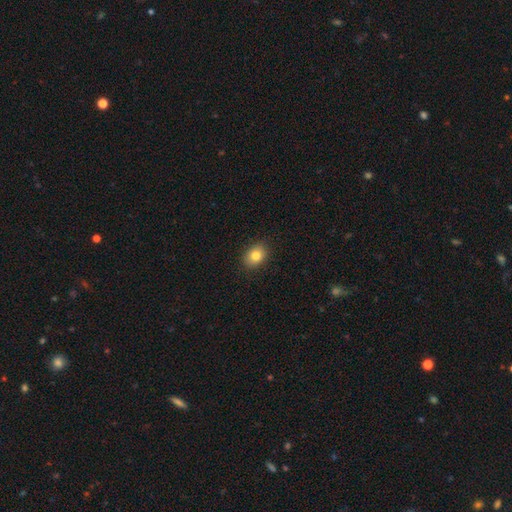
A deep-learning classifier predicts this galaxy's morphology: Smooth or featured: smooth — 83% (star or artifact — 9%)
How rounded: in between — 66% (round — 33%)
Merging: none — 88% (minor disturbance — 9%)